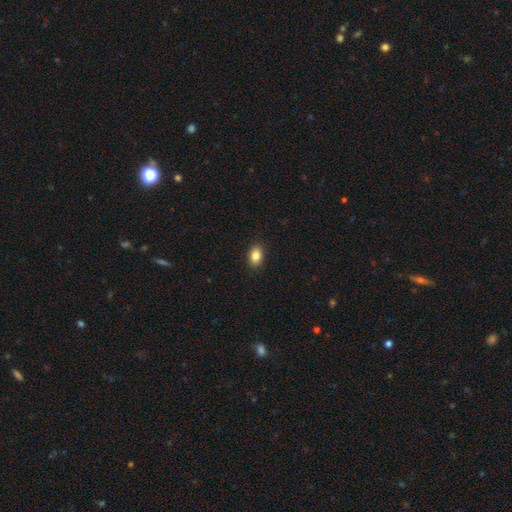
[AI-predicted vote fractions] smooth_or_featured: smooth (p=0.85) [alt: star or artifact p=0.09]
how_rounded: in between (p=0.82) [alt: round p=0.17]
merging: none (p=0.90) [alt: minor disturbance p=0.07]